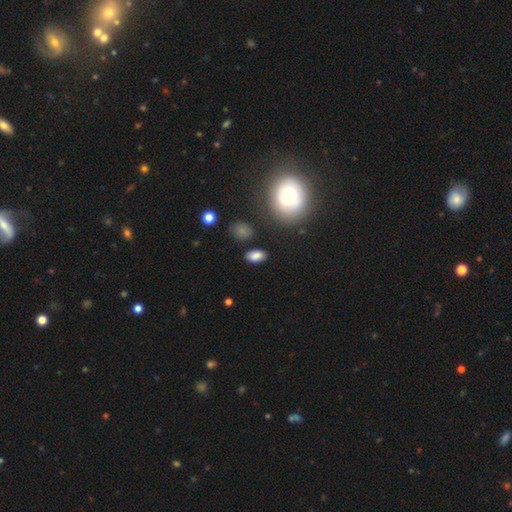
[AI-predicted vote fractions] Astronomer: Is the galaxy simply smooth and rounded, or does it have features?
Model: smooth — 82%.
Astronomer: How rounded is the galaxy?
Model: in between — 88%.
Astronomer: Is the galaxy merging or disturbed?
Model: none — 84%.